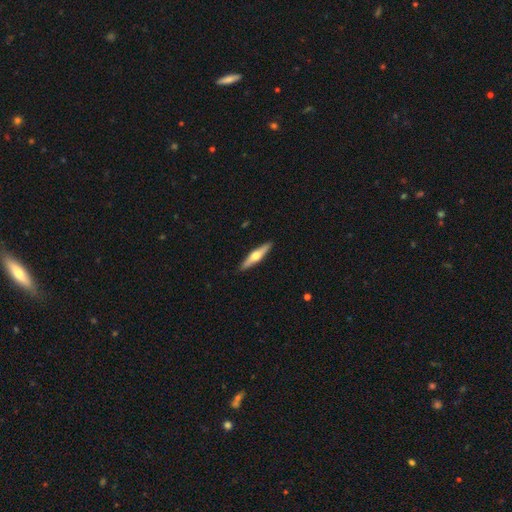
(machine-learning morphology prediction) smooth-or-featured: featured or disk: 56% | smooth: 38% | star or artifact: 5%
  disk-edge-on: yes: 94% | no: 6%
    edge-on-bulge: rounded: 94% | none: 4% | boxy: 3%
  merging: none: 91% | minor disturbance: 7% | major disturbance: 1% | merger: 1%